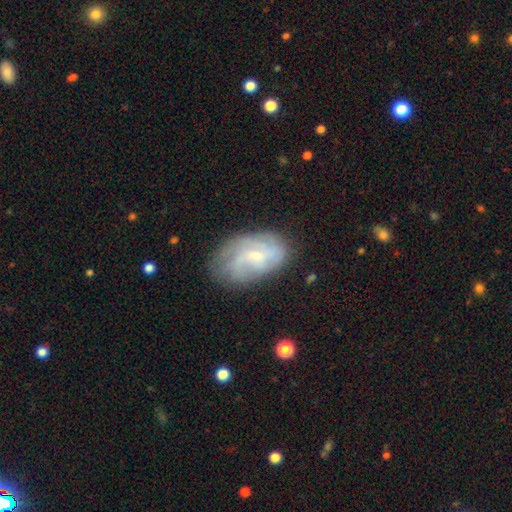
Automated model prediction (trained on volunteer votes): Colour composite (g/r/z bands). It shows a featured or disk galaxy (61%) with no bar (48%), spiral arms (82%) and a small central bulge (64%). Merging: none (64%).